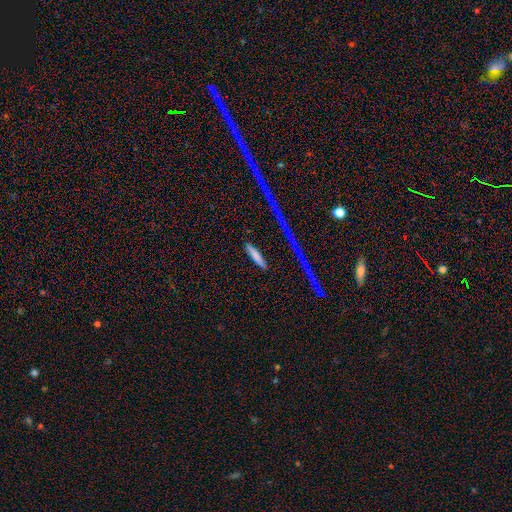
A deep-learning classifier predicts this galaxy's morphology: Overall: smooth (78%). How rounded: cigar-shaped (78%). Merging: none (81%).